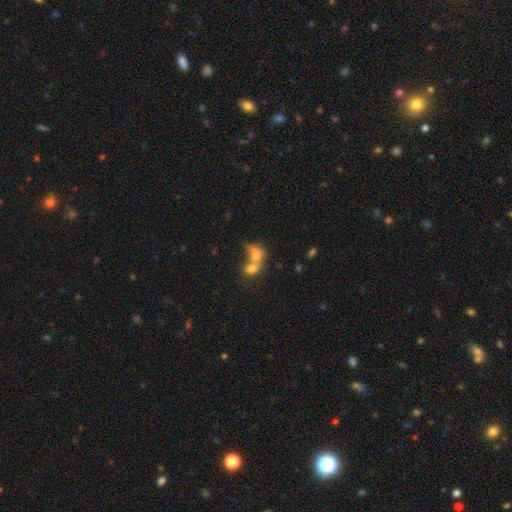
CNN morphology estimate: Smooth or featured? smooth (64%)
How rounded? in between (60%)
Merging? merger (73%)